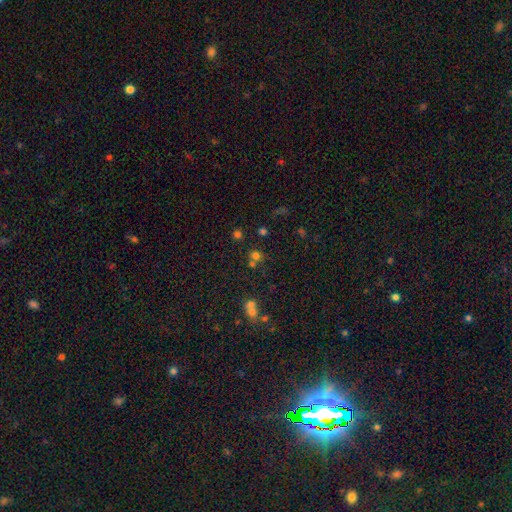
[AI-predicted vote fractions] This appears to be a smooth galaxy with no disk features (62%) that is round (87%). Merging: none (62%).